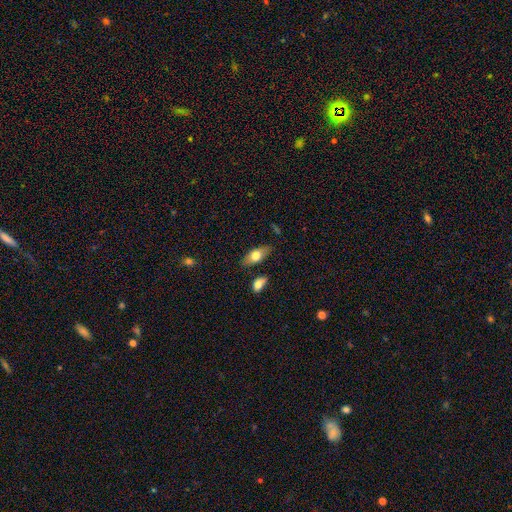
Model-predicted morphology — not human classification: This is likely a smooth galaxy (68%). How rounded: clearly in between (80%). Merging: likely none (80%).